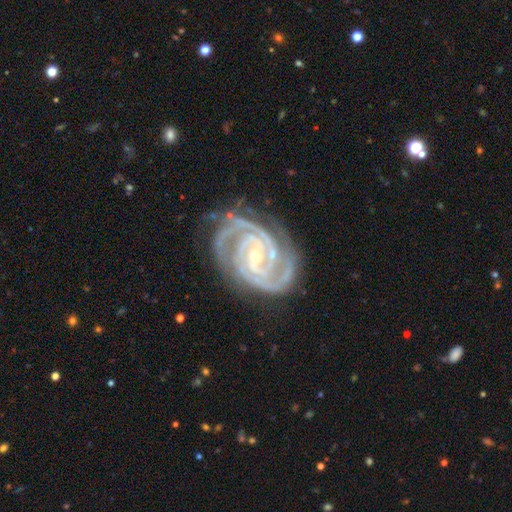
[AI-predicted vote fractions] smooth_or_featured: featured or disk (p=0.93) [alt: star or artifact p=0.04]
disk_edge_on: no (p=0.98) [alt: yes p=0.02]
bar: weak (p=0.37) [alt: no p=0.36]
has_spiral_arms: yes (p=0.99) [alt: no p=0.01]
spiral_winding: tight (p=0.74) [alt: medium p=0.24]
spiral_arm_count: 2 (p=0.37) [alt: 3 p=0.30]
bulge_size: small (p=0.74) [alt: moderate p=0.23]
merging: none (p=0.71) [alt: minor disturbance p=0.20]